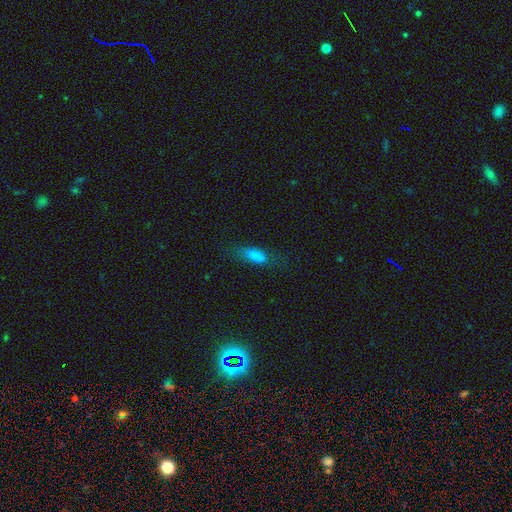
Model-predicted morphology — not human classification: Smooth or featured? Predicted: smooth (p=0.77). How rounded? Predicted: in between (p=0.68). Merging? Predicted: none (p=0.53).